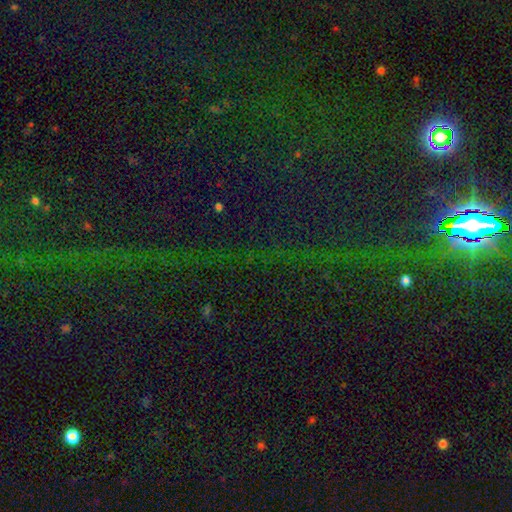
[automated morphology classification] Overall: star or artifact (81%).